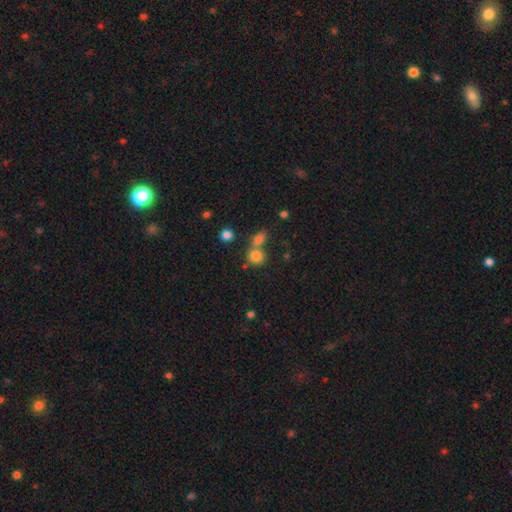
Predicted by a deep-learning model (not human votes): A smooth galaxy with no disk features (80%) that is round (74%). Merging: none (48%).